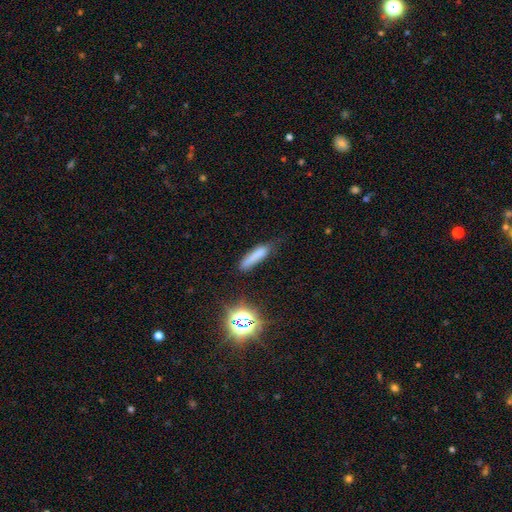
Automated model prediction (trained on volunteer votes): smooth 75%, star or artifact 13%, featured or disk 11%. Down the decision tree: how rounded — cigar-shaped (79%); merging — none (68%).